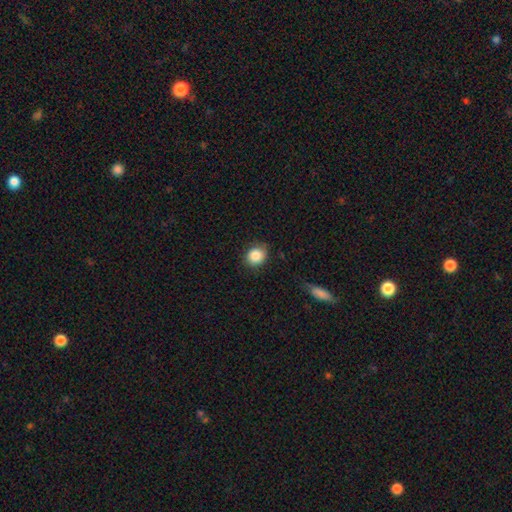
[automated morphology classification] Smooth or featured: smooth — 86% (star or artifact — 9%)
How rounded: round — 73% (in between — 26%)
Merging: none — 79% (minor disturbance — 16%)